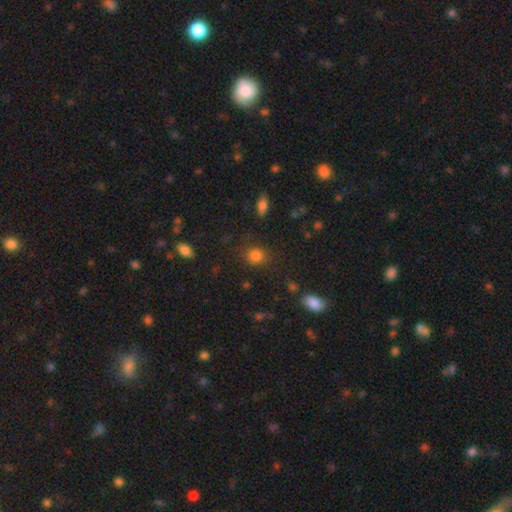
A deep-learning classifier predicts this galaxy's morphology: Smooth or featured? Predicted: smooth (p=0.81). How rounded? Predicted: round (p=0.73). Merging? Predicted: none (p=0.79).